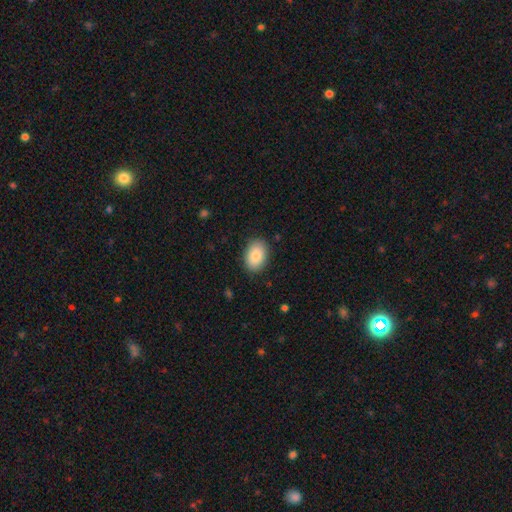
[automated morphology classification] A smooth galaxy with no disk features (86%) that is in between round and cigar-shaped (86%).

Vote fractions:
- Smooth or featured? smooth: 86% / featured or disk: 7% / star or artifact: 7%
- How rounded? in between: 86% / round: 13% / cigar-shaped: 1%
- Merging? none: 87% / minor disturbance: 9% / major disturbance: 2% / merger: 1%